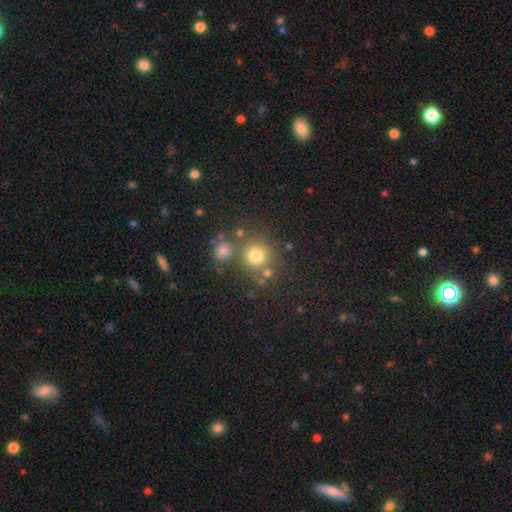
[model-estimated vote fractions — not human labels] A smooth galaxy with no disk features (75%) that is round (90%).

Vote fractions:
- Smooth or featured? smooth: 75% / star or artifact: 16% / featured or disk: 9%
- How rounded? round: 90% / in between: 9% / cigar-shaped: 1%
- Merging? none: 70% / merger: 15% / minor disturbance: 10% / major disturbance: 5%